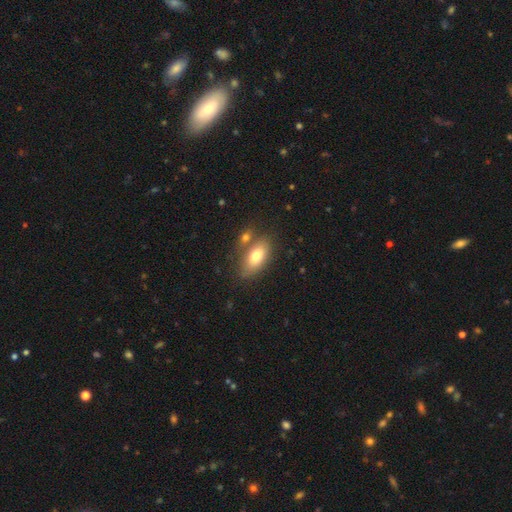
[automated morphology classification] This appears to be a smooth galaxy with no disk features (76%) that is in between round and cigar-shaped (89%). Merging: none (63%).